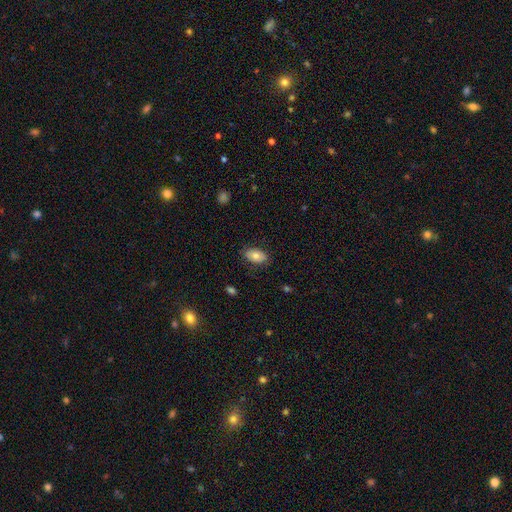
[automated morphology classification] Smooth or featured: smooth — 75% (featured or disk — 17%)
How rounded: in between — 92% (round — 6%)
Merging: none — 82% (minor disturbance — 14%)